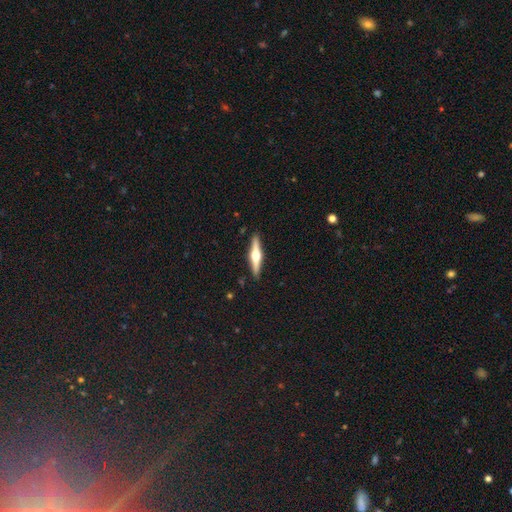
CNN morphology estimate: The model was most divided on "smooth or featured": featured or disk: 72%, smooth: 23%, star or artifact: 5%. More confident: edge-on disk — yes (98%); edge-on bulge — rounded (95%); merging — none (91%).